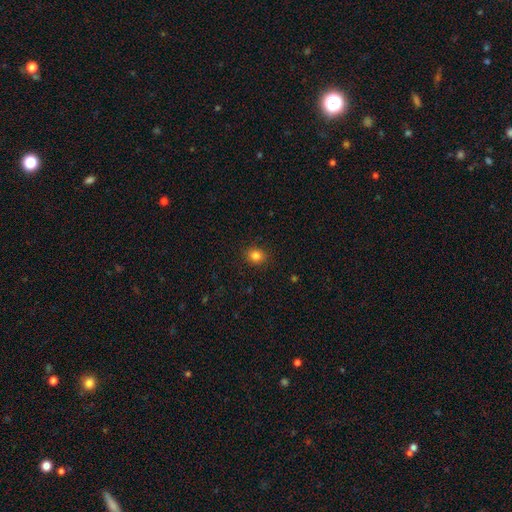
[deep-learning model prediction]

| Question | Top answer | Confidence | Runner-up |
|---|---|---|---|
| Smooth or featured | smooth | 84% | star or artifact (12%) |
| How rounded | round | 74% | in between (25%) |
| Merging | none | 90% | minor disturbance (7%) |